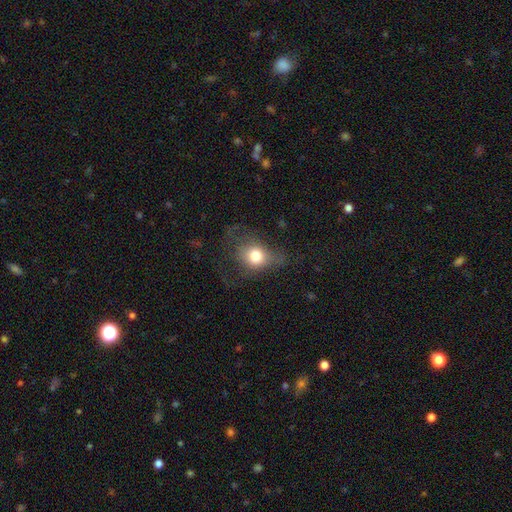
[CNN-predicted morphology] smooth-or-featured: smooth: 72% | featured or disk: 17% | star or artifact: 11%
  how-rounded: round: 59% | in between: 40% | cigar-shaped: 2%
  merging: none: 40% | major disturbance: 33% | minor disturbance: 25% | merger: 2%